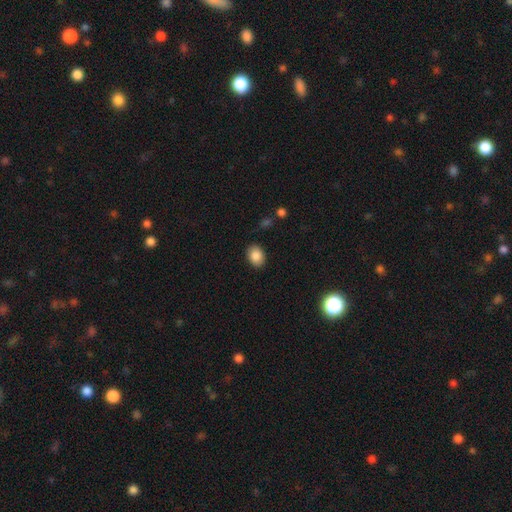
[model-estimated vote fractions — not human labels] Overall: smooth (87%). How rounded: in between (65%; round 34%). Merging: none (87%).